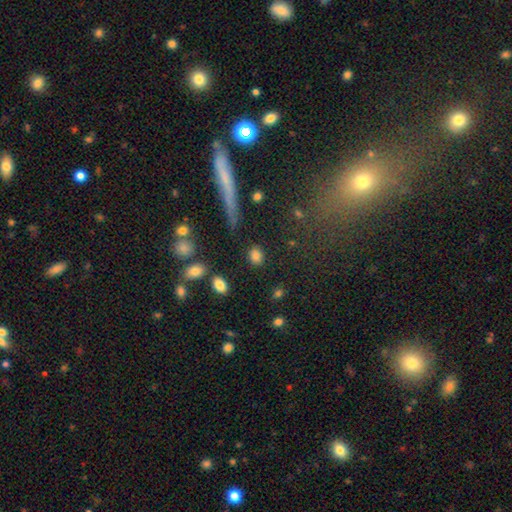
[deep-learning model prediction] A smooth galaxy with no disk features (82%) that is round (49%). Merging: none (84%).